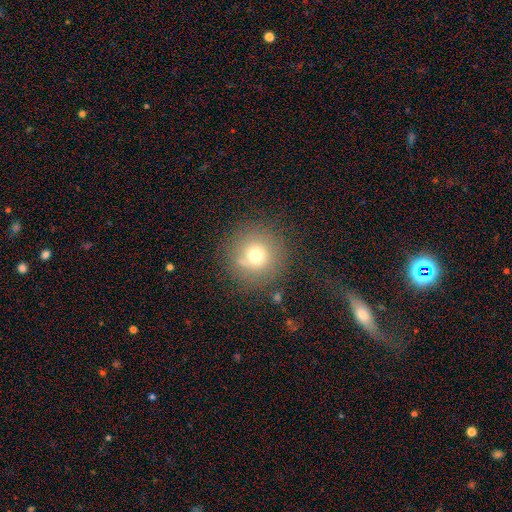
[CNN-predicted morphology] smooth-or-featured: smooth: 68% | star or artifact: 16% | featured or disk: 16%
  how-rounded: round: 95% | in between: 4% | cigar-shaped: 1%
  merging: none: 80% | minor disturbance: 12% | major disturbance: 5% | merger: 3%